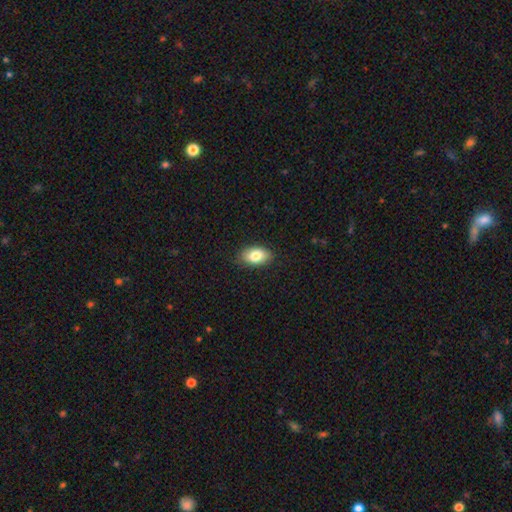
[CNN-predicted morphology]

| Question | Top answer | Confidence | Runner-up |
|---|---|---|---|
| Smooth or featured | smooth | 83% | featured or disk (10%) |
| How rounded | in between | 91% | round (7%) |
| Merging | none | 85% | minor disturbance (12%) |